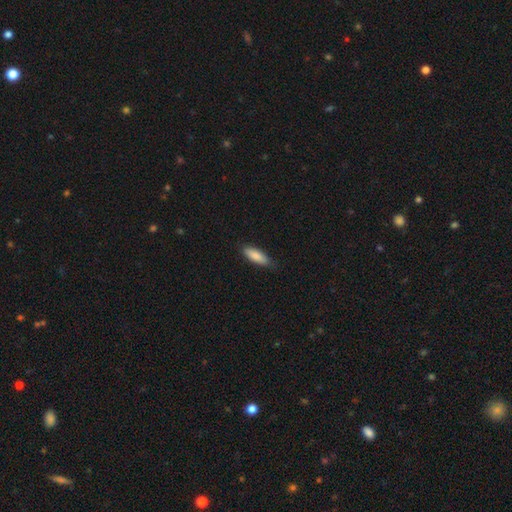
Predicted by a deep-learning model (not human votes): smooth-or-featured: smooth: 85% | featured or disk: 9% | star or artifact: 6%
  how-rounded: in between: 57% | cigar-shaped: 41% | round: 2%
  merging: none: 82% | minor disturbance: 15% | major disturbance: 2% | merger: 1%